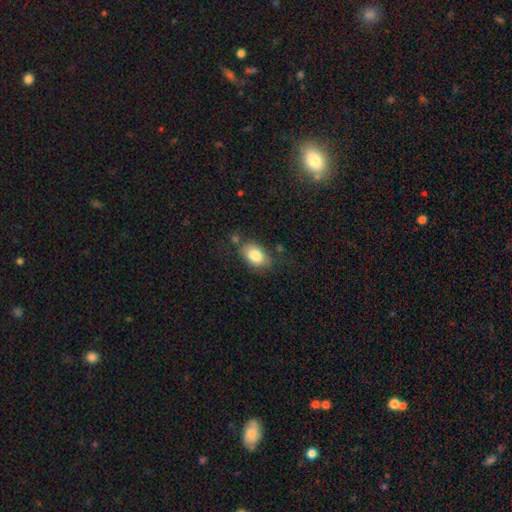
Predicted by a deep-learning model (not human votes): Overall: smooth (83%). How rounded: in between (87%). Merging: none (67%).